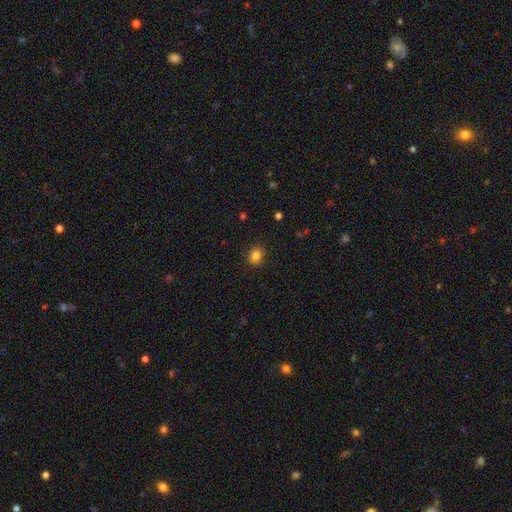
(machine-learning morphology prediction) This appears to be a smooth galaxy with no disk features (83%) that is round (66%). Merging: none (88%).